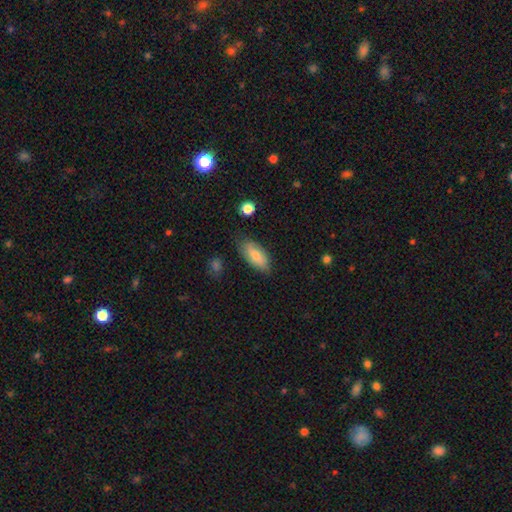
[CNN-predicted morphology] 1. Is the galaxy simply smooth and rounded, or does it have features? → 79% smooth, 14% featured or disk, 6% star or artifact.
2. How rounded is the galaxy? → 84% in between, 13% cigar-shaped, 2% round.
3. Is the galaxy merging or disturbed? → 76% none, 18% minor disturbance, 4% major disturbance, 2% merger.